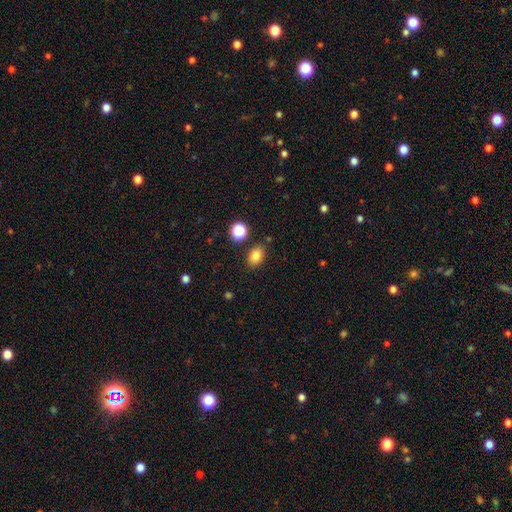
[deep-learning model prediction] Smooth or featured?
  - smooth: 81% *
  - star or artifact: 12%
  - featured or disk: 7%
How rounded?
  - in between: 70% *
  - round: 29%
  - cigar-shaped: 1%
Merging?
  - none: 84% *
  - minor disturbance: 10%
  - merger: 4%
  - major disturbance: 3%